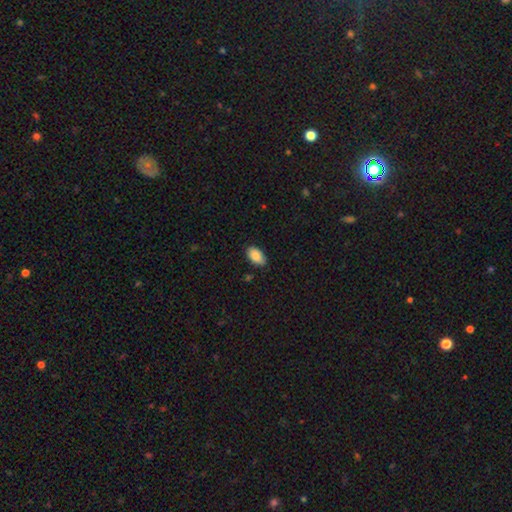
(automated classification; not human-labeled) Q: Smooth or featured?
A: smooth (87%); runner-up: star or artifact (7%)
Q: How rounded?
A: in between (94%); runner-up: round (5%)
Q: Merging?
A: none (81%); runner-up: minor disturbance (16%)